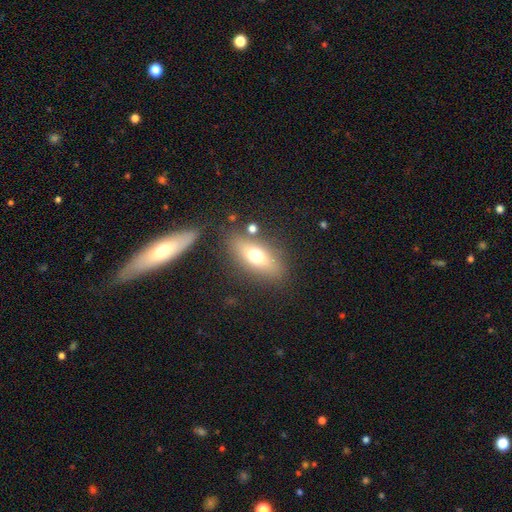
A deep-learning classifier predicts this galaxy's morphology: Smooth or featured?
  - smooth: 60% *
  - featured or disk: 30%
  - star or artifact: 10%
How rounded?
  - in between: 70% *
  - cigar-shaped: 22%
  - round: 8%
Merging?
  - none: 80% *
  - minor disturbance: 11%
  - major disturbance: 4%
  - merger: 4%